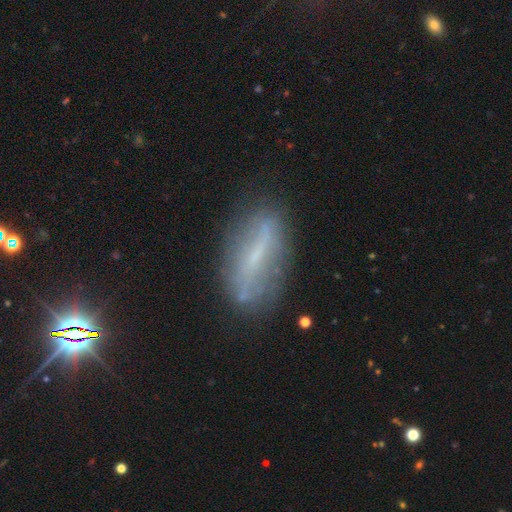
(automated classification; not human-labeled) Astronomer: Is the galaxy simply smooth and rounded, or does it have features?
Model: featured or disk — 54% (runner-up: smooth, 33%).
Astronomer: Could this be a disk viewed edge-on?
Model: no — 64%.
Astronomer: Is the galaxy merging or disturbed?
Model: none — 72%.